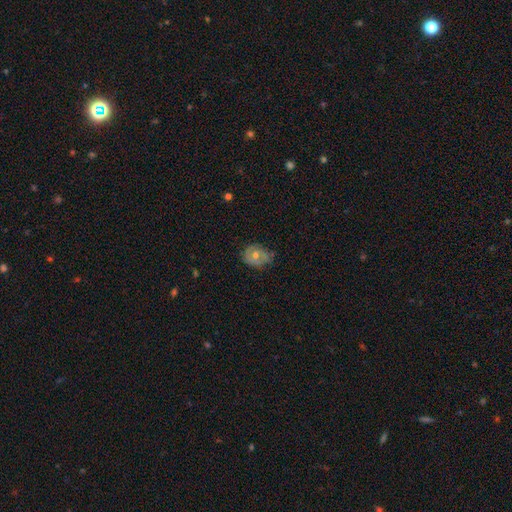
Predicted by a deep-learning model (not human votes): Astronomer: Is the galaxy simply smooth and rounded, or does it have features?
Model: featured or disk — 49% (runner-up: smooth, 42%).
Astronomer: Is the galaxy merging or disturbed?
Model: none — 60%.